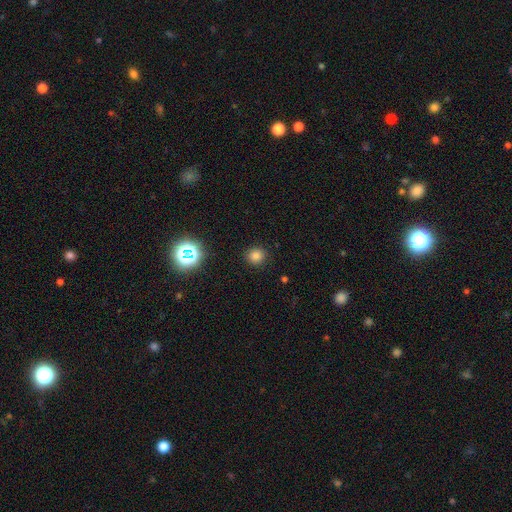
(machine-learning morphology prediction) The model was most divided on "smooth or featured": smooth: 78%, star or artifact: 18%, featured or disk: 5%. More confident: merging — none (90%); how rounded — round (89%).